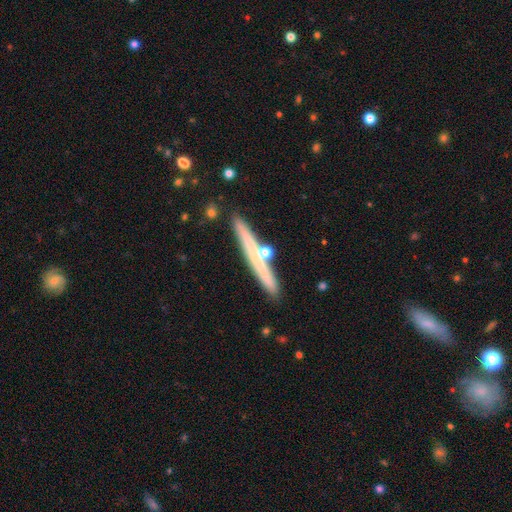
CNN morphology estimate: Smooth or featured: featured or disk — 49% (smooth — 44%)
Merging: none — 82% (minor disturbance — 9%)